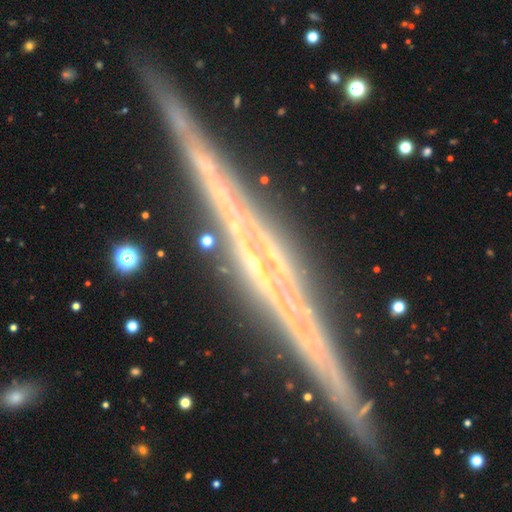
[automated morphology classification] The model was most divided on "edge-on bulge": none: 61%, rounded: 24%, boxy: 15%. More confident: edge-on disk — yes (97%); merging — none (88%); smooth or featured — featured or disk (79%).